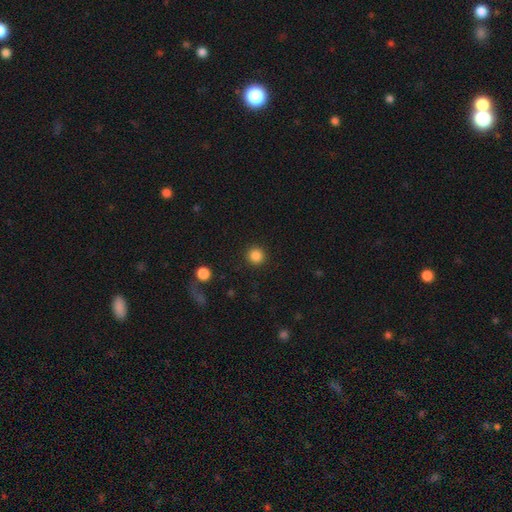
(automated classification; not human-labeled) A smooth galaxy with no disk features (86%) that is round (94%). Merging: none (92%).